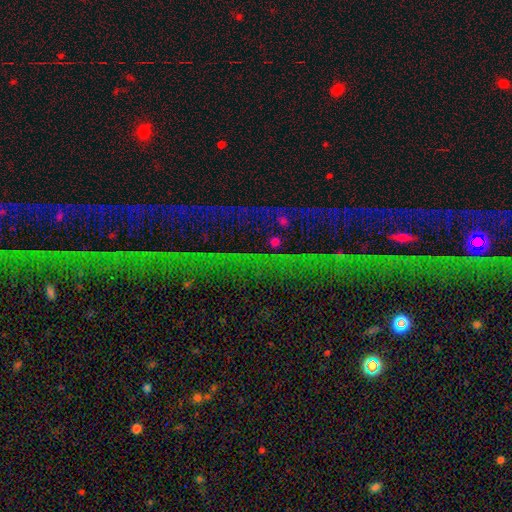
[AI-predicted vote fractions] Smooth or featured?
  - star or artifact: 78% *
  - featured or disk: 13%
  - smooth: 9%